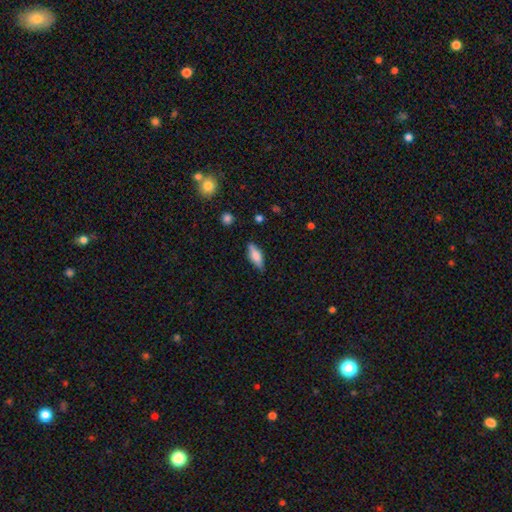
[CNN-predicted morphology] A smooth galaxy with no disk features (68%) that is in between round and cigar-shaped (62%).

Vote fractions:
- Smooth or featured? smooth: 68% / featured or disk: 25% / star or artifact: 7%
- How rounded? in between: 62% / cigar-shaped: 36% / round: 3%
- Merging? none: 83% / minor disturbance: 13% / major disturbance: 3% / merger: 1%